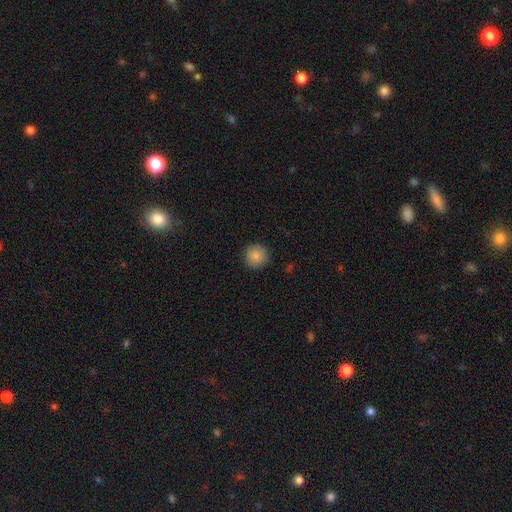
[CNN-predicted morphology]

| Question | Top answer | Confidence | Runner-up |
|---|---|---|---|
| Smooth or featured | smooth | 85% | star or artifact (9%) |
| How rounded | round | 95% | in between (4%) |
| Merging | none | 90% | minor disturbance (7%) |